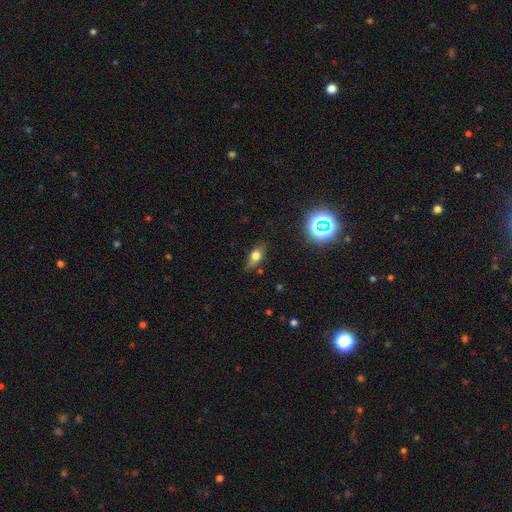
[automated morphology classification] Q: Smooth or featured?
A: smooth (64%); runner-up: featured or disk (22%)
Q: How rounded?
A: in between (74%); runner-up: cigar-shaped (15%)
Q: Merging?
A: none (78%); runner-up: minor disturbance (16%)